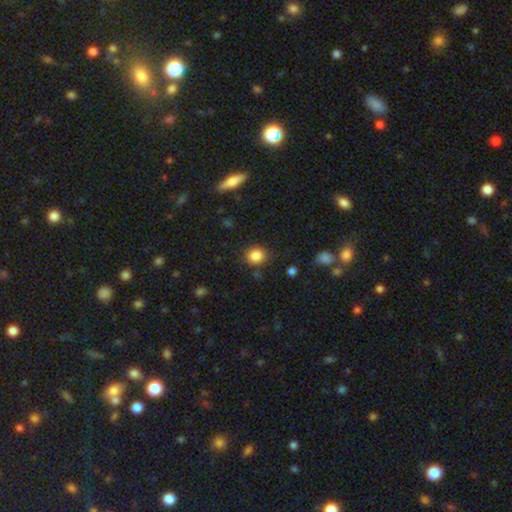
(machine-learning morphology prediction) Overall: smooth (84%). How rounded: round (77%). Merging: none (83%).